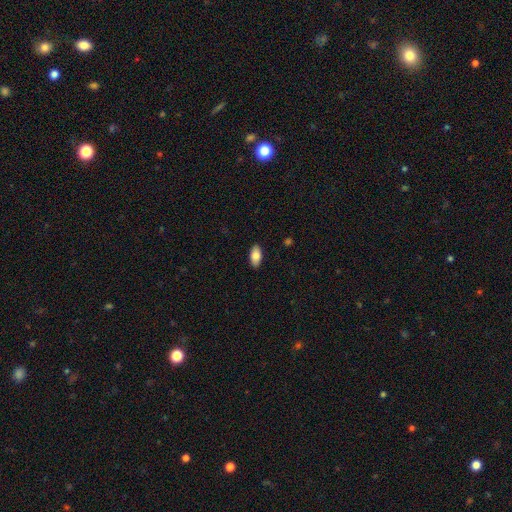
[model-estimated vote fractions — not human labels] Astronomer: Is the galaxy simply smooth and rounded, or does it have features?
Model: smooth — 84%.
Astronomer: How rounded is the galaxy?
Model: in between — 92%.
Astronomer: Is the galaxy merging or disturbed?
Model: none — 89%.